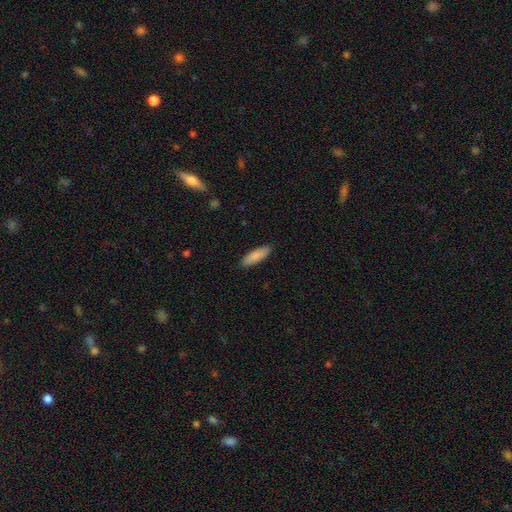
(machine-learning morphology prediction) A smooth galaxy with no disk features (86%) that is in between round and cigar-shaped (49%, tied with cigar-shaped). Merging: none (88%).